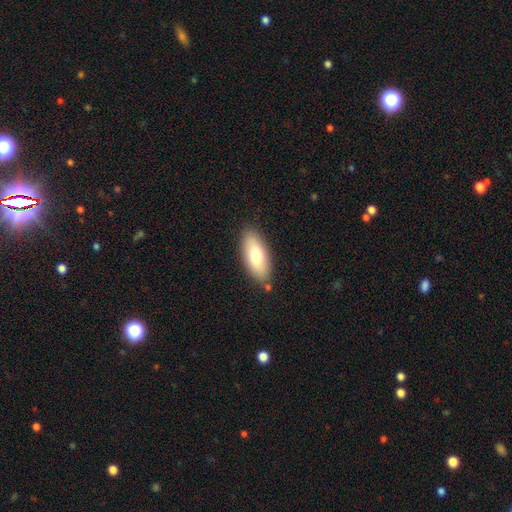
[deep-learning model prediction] smooth 74%, featured or disk 20%, star or artifact 6%. Down the decision tree: how rounded — in between (81%); merging — none (84%).